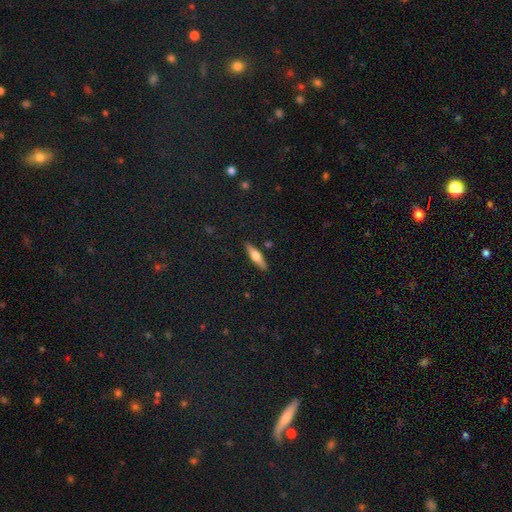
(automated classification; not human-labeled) Q: Smooth or featured?
A: featured or disk (48%); runner-up: smooth (46%)
Q: Merging?
A: none (88%); runner-up: minor disturbance (8%)